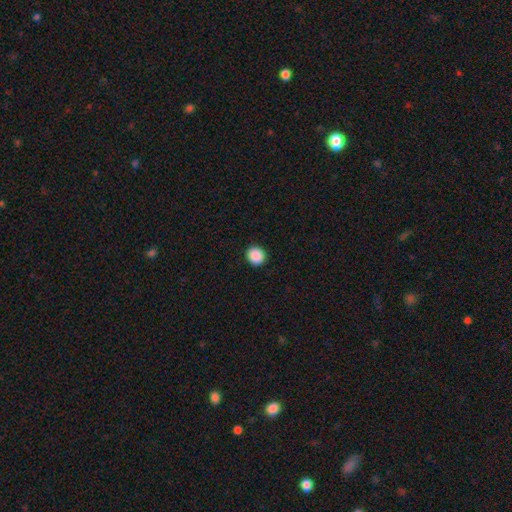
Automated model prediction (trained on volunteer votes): Overall: smooth (90%). How rounded: round (89%). Merging: none (93%).